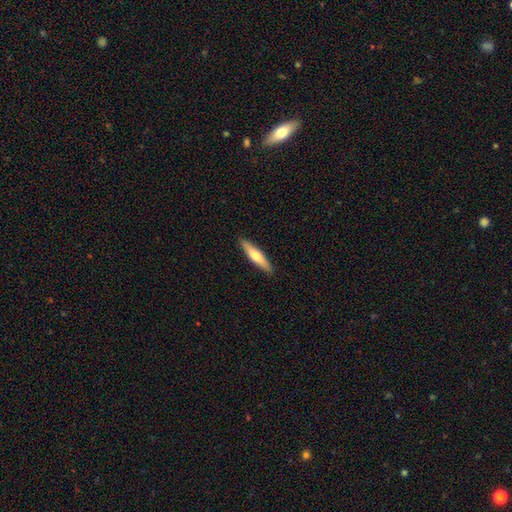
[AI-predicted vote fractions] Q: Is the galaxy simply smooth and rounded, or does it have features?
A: smooth — 59%.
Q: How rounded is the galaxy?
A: cigar-shaped — 82%.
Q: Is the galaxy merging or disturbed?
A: none — 90%.